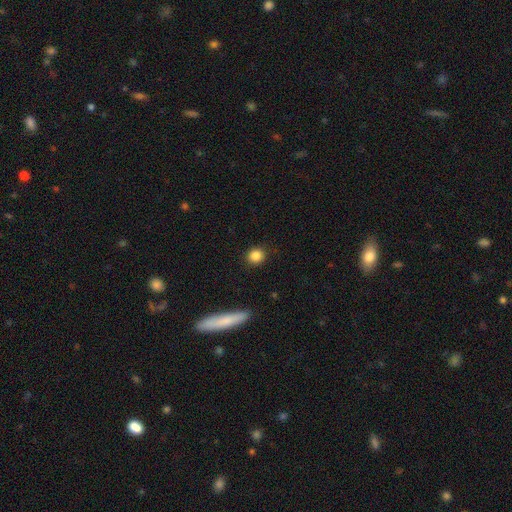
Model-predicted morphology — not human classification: smooth 86%, star or artifact 10%, featured or disk 4%. Down the decision tree: how rounded — round (87%); merging — none (90%).